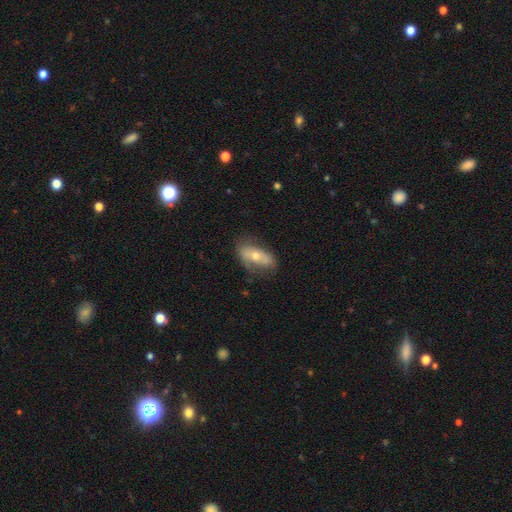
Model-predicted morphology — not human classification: This is possibly a smooth galaxy (47%). Merging: likely none (65%).